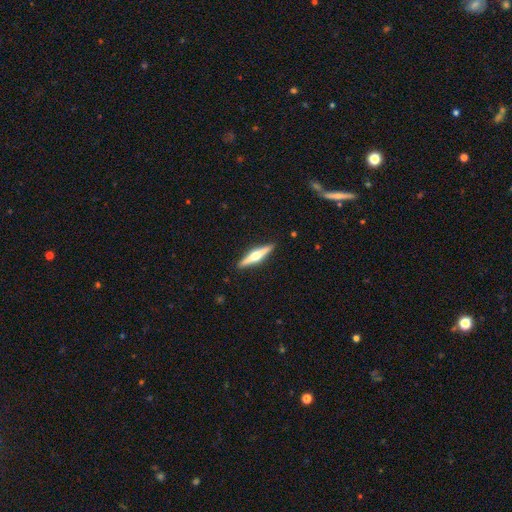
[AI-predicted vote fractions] A featured or disk galaxy (71%) viewed edge-on (98%) with a rounded central bulge (94%).

Vote fractions:
- Smooth or featured? featured or disk: 71% / smooth: 24% / star or artifact: 5%
- Edge-on disk? yes: 98% / no: 2%
- Edge-on bulge? rounded: 94% / boxy: 3% / none: 2%
- Merging? none: 91% / minor disturbance: 6% / major disturbance: 1% / merger: 1%